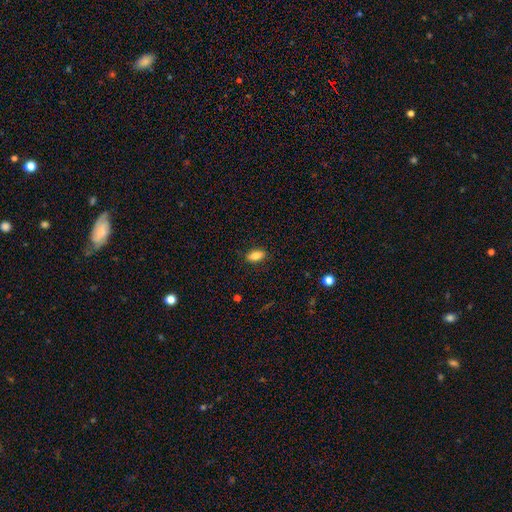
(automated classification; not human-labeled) This appears to be a smooth galaxy with no disk features (83%) that is in between round and cigar-shaped (84%). Merging: none (87%).